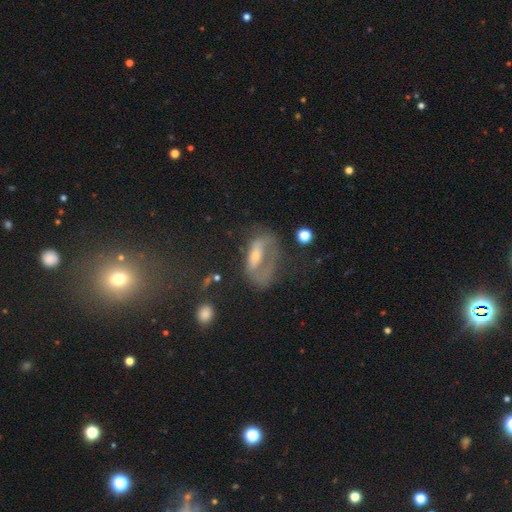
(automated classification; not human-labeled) A featured or disk galaxy (57%).

Vote fractions:
- Smooth or featured? featured or disk: 57% / smooth: 29% / star or artifact: 14%
- Edge-on disk? no: 87% / yes: 13%
- Merging? major disturbance: 40% / none: 34% / minor disturbance: 22% / merger: 4%